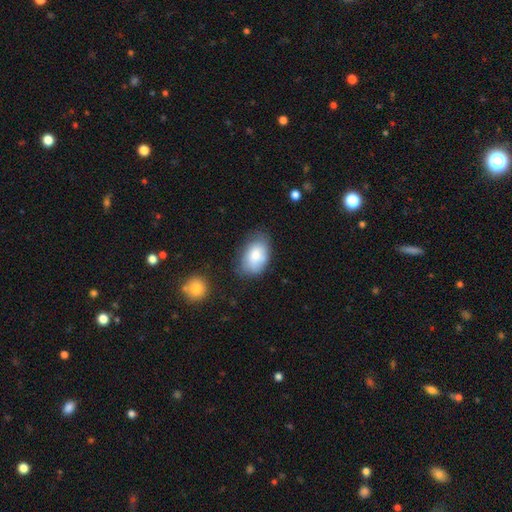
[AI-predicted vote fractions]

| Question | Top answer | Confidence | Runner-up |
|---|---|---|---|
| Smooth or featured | smooth | 79% | featured or disk (14%) |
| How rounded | in between | 89% | round (10%) |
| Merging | none | 65% | minor disturbance (25%) |